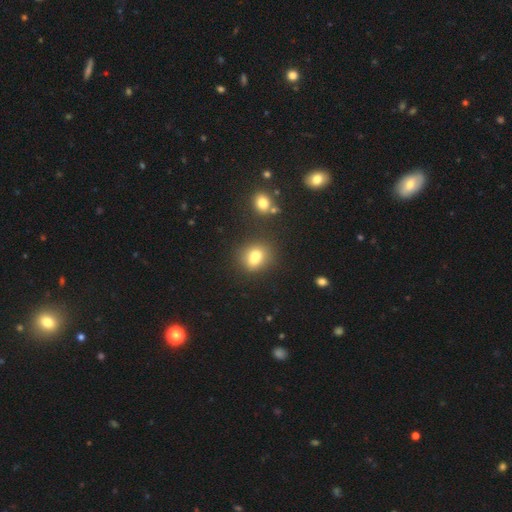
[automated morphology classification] Smooth or featured: smooth — 75% (featured or disk — 13%)
How rounded: round — 53% (in between — 45%)
Merging: none — 50% (merger — 30%)